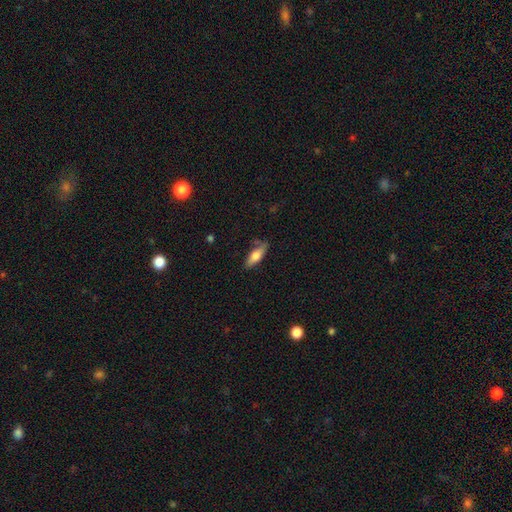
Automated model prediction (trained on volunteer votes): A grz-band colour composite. It shows a smooth galaxy with no disk features (66%) that is in between round and cigar-shaped (52%). Merging: none (76%).